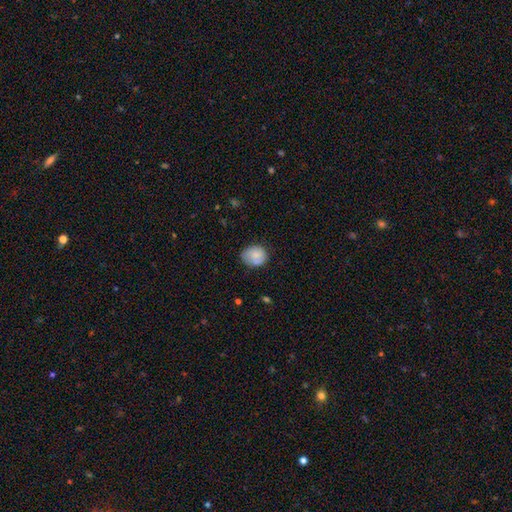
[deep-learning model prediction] Overall: smooth (78%). How rounded: round (65%; in between 35%). Merging: none (66%).